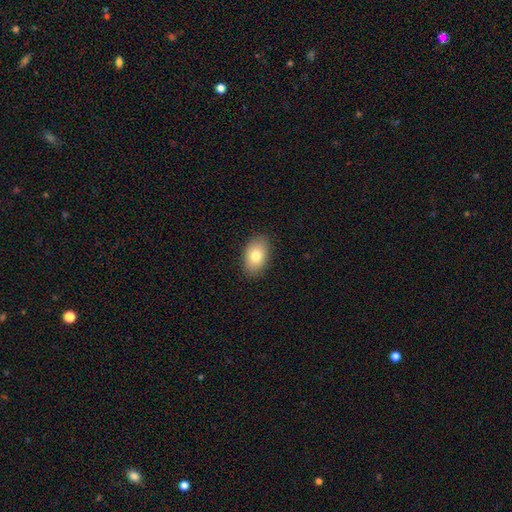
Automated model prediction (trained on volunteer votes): A smooth galaxy with no disk features (79%) that is in between round and cigar-shaped (89%).

Vote fractions:
- Smooth or featured? smooth: 79% / featured or disk: 13% / star or artifact: 8%
- How rounded? in between: 89% / round: 9% / cigar-shaped: 1%
- Merging? none: 88% / minor disturbance: 9% / major disturbance: 2% / merger: 1%